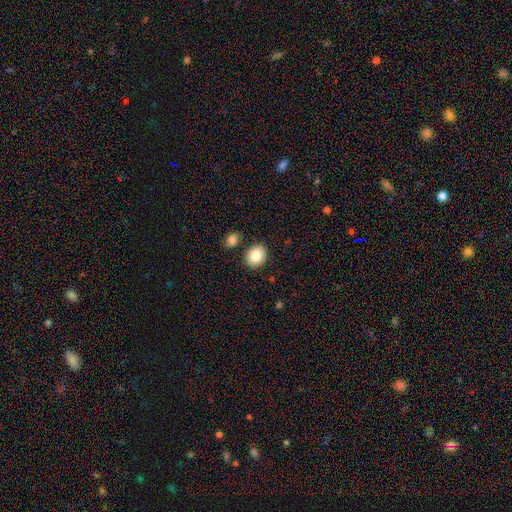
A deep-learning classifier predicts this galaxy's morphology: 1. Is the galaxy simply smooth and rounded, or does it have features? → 85% smooth, 8% star or artifact, 7% featured or disk.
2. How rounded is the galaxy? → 55% round, 44% in between, 1% cigar-shaped.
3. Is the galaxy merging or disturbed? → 84% none, 8% minor disturbance, 5% merger, 2% major disturbance.